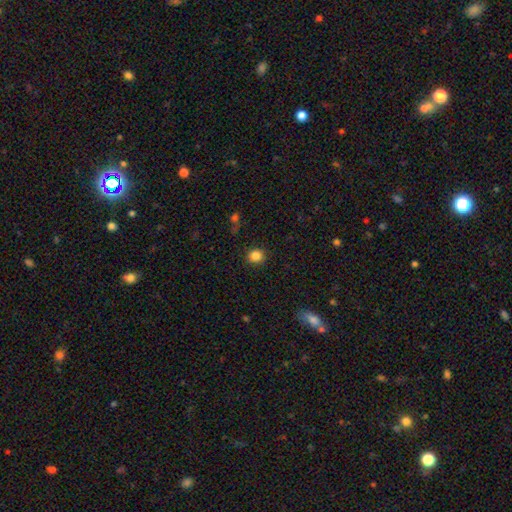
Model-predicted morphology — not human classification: smooth-or-featured: smooth: 84% | star or artifact: 11% | featured or disk: 4%
  how-rounded: round: 87% | in between: 12% | cigar-shaped: 1%
  merging: none: 89% | minor disturbance: 7% | major disturbance: 2% | merger: 1%